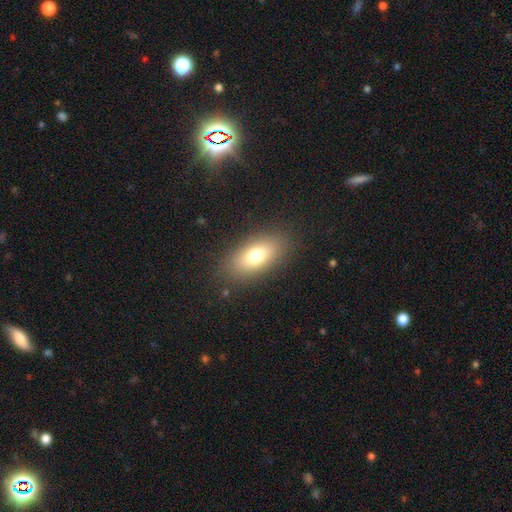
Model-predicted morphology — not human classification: smooth-or-featured: smooth: 74% | featured or disk: 16% | star or artifact: 10%
  how-rounded: in between: 87% | cigar-shaped: 7% | round: 6%
  merging: none: 86% | minor disturbance: 9% | major disturbance: 4% | merger: 1%